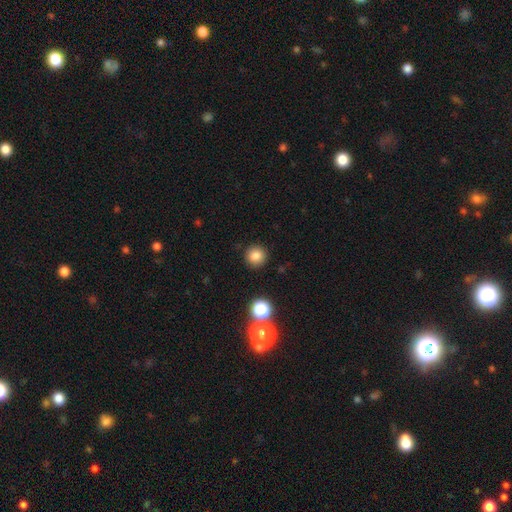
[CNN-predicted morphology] smooth-or-featured: smooth: 83% | star or artifact: 12% | featured or disk: 5%
  how-rounded: round: 94% | in between: 5% | cigar-shaped: 1%
  merging: none: 91% | minor disturbance: 5% | major disturbance: 2% | merger: 2%